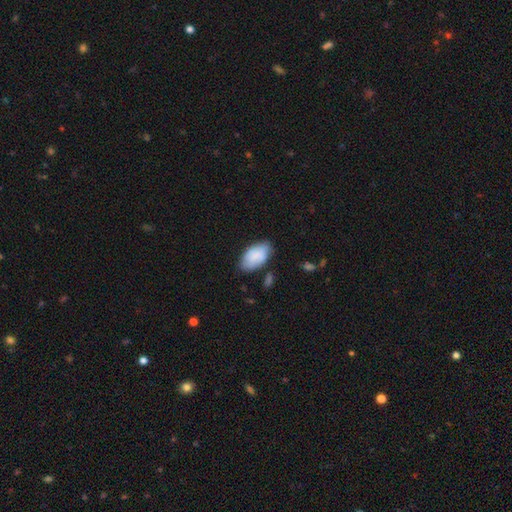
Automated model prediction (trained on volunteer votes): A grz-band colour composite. It shows a smooth galaxy with no disk features (79%) that is in between round and cigar-shaped (94%). Merging: none (69%).